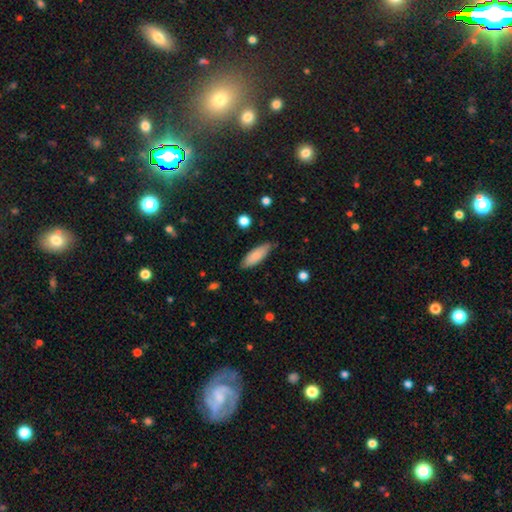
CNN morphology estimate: Smooth or featured? smooth (82%)
How rounded? in between (63%)
Merging? none (82%)